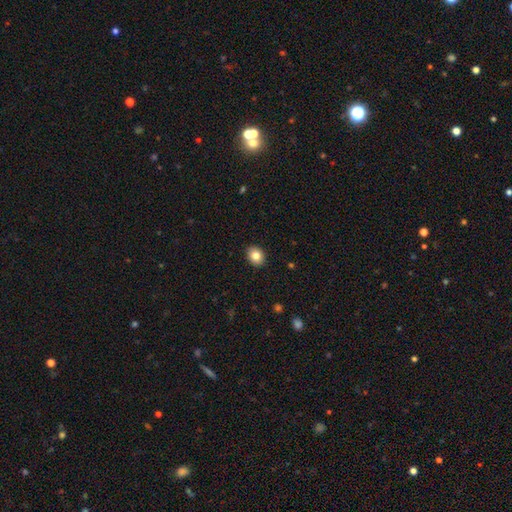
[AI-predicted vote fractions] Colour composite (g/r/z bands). It shows a smooth galaxy with no disk features (82%) that is in between round and cigar-shaped (50%). Merging: none (90%).